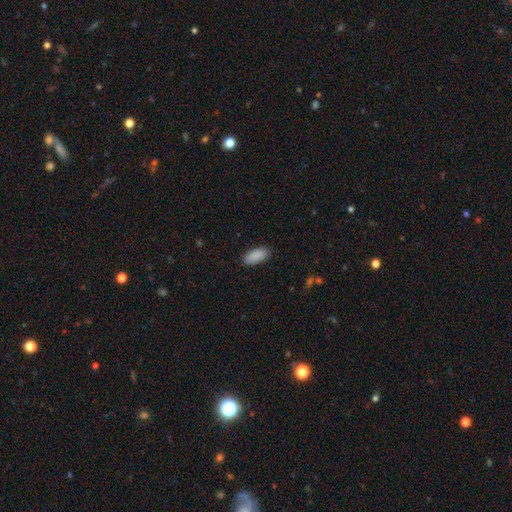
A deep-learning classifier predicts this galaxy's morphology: smooth_or_featured: smooth (p=0.90) [alt: star or artifact p=0.06]
how_rounded: in between (p=0.90) [alt: cigar-shaped p=0.09]
merging: none (p=0.88) [alt: minor disturbance p=0.09]